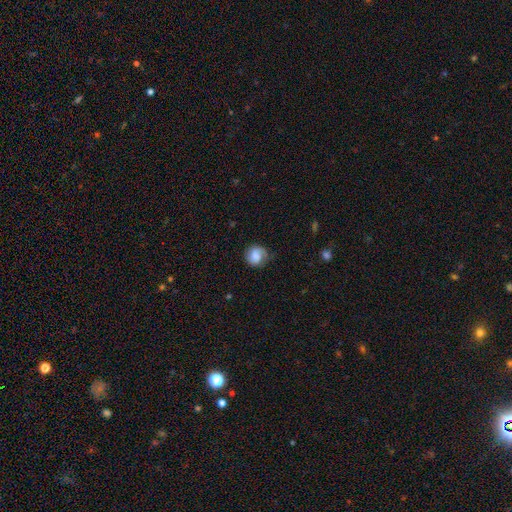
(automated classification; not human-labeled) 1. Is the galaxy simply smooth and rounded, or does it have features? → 71% smooth, 21% featured or disk, 8% star or artifact.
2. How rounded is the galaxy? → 83% round, 16% in between, 1% cigar-shaped.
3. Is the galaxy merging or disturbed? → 67% none, 23% minor disturbance, 8% major disturbance, 1% merger.